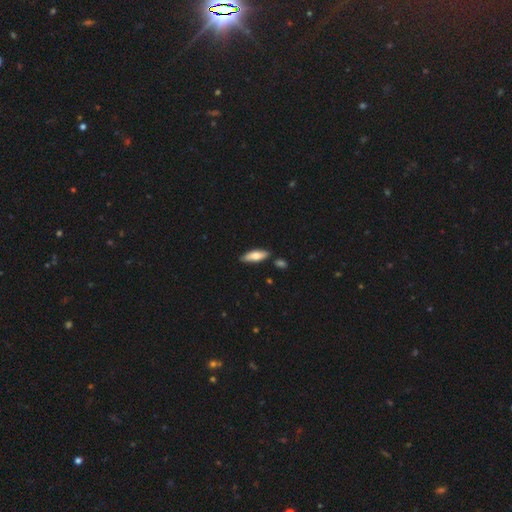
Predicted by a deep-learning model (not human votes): Smooth or featured: smooth — 70% (featured or disk — 24%)
How rounded: in between — 62% (cigar-shaped — 36%)
Merging: none — 83% (minor disturbance — 12%)